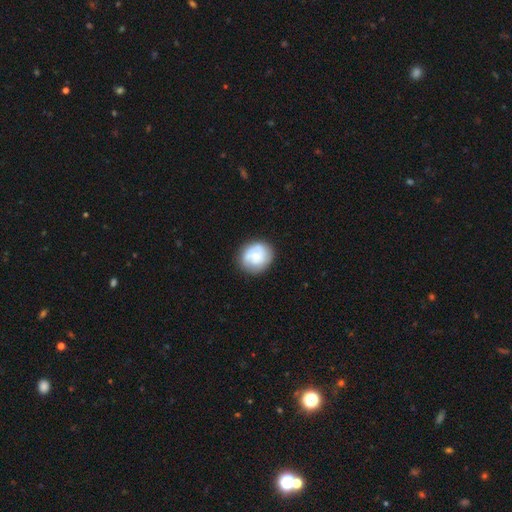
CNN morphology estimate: smooth-or-featured: smooth: 52% | featured or disk: 41% | star or artifact: 7%
  how-rounded: round: 74% | in between: 25% | cigar-shaped: 1%
  merging: none: 78% | minor disturbance: 15% | major disturbance: 5% | merger: 2%